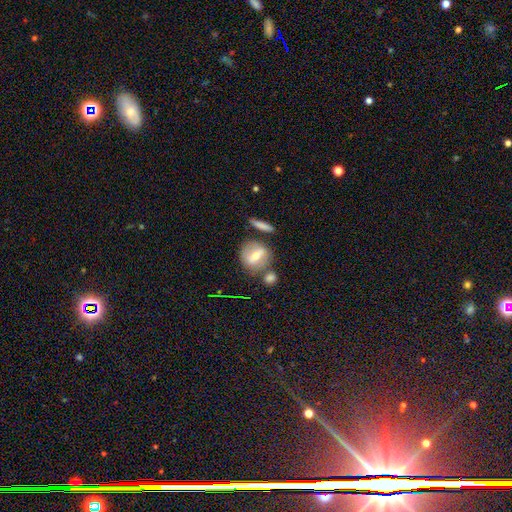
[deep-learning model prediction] Smooth or featured: smooth — 48% (featured or disk — 43%)
Merging: none — 64% (merger — 16%)